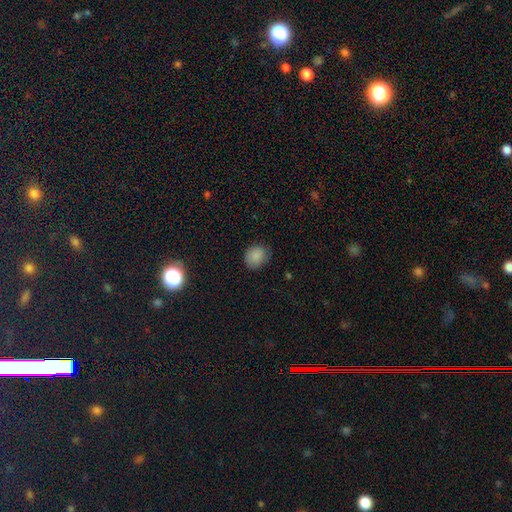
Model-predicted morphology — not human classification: Smooth or featured? smooth (85%)
How rounded? round (63%)
Merging? none (76%)